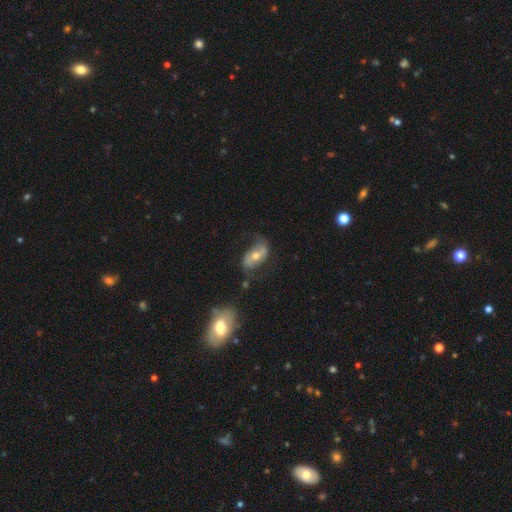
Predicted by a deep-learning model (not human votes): This appears to be a featured or disk galaxy (63%) with no bar (37%), spiral arms (82%) and a moderate central bulge (70%). Merging: none (62%).